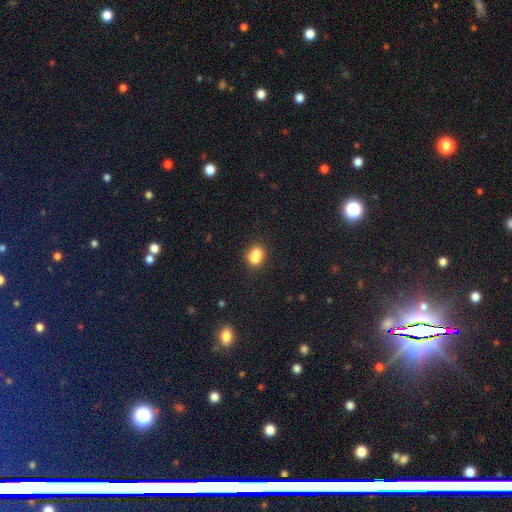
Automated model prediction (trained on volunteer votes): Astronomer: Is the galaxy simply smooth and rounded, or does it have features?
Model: smooth — 77%.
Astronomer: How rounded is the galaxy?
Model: in between — 56% (runner-up: round, 42%).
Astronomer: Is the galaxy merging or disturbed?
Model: none — 41%, tied with merger at 41%.